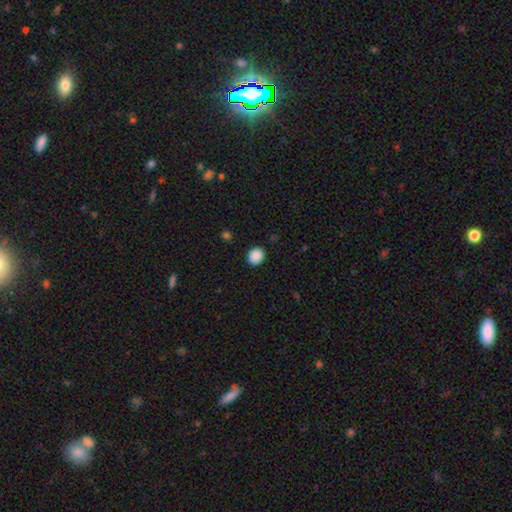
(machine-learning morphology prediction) Smooth or featured? smooth (89%)
How rounded? round (75%)
Merging? none (91%)